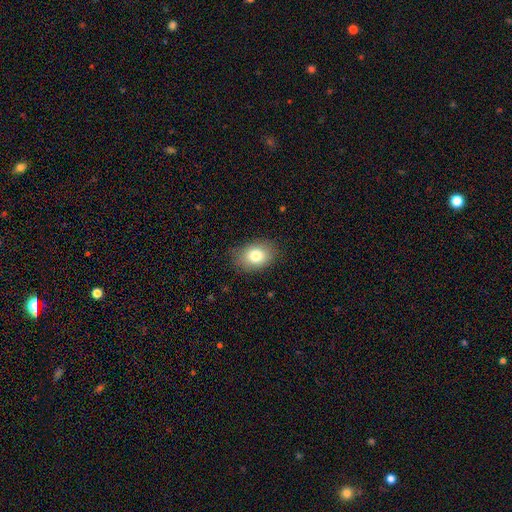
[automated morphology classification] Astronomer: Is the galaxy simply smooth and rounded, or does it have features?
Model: smooth — 80%.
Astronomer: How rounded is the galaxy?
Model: in between — 69%.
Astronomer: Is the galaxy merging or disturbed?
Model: none — 82%.